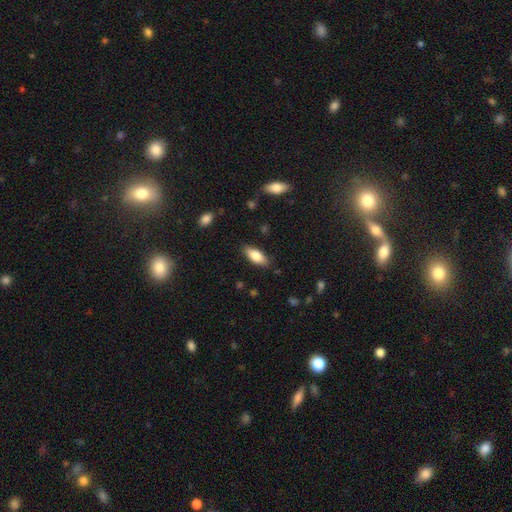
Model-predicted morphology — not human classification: A smooth galaxy with no disk features (81%) that is in between round and cigar-shaped (81%).

Vote fractions:
- Smooth or featured? smooth: 81% / featured or disk: 13% / star or artifact: 6%
- How rounded? in between: 81% / cigar-shaped: 17% / round: 2%
- Merging? none: 84% / minor disturbance: 12% / major disturbance: 3% / merger: 1%